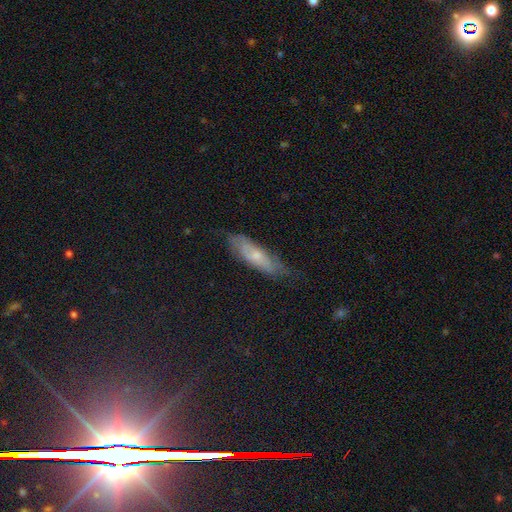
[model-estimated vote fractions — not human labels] A smooth galaxy with no disk features (48%). Merging: none (62%).